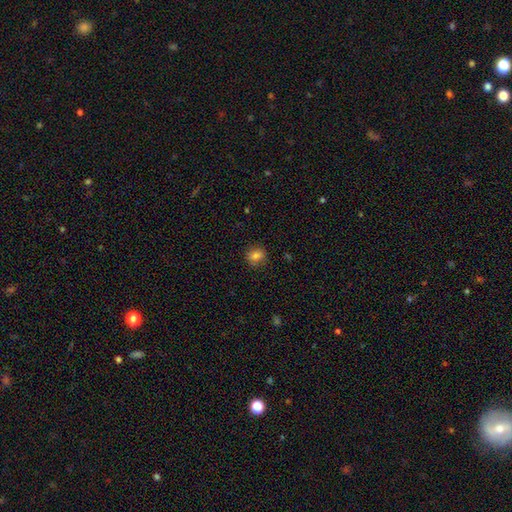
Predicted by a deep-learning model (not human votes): Smooth or featured?
  - smooth: 82% *
  - star or artifact: 11%
  - featured or disk: 7%
How rounded?
  - round: 68% *
  - in between: 31%
  - cigar-shaped: 1%
Merging?
  - none: 86% *
  - minor disturbance: 10%
  - major disturbance: 3%
  - merger: 1%